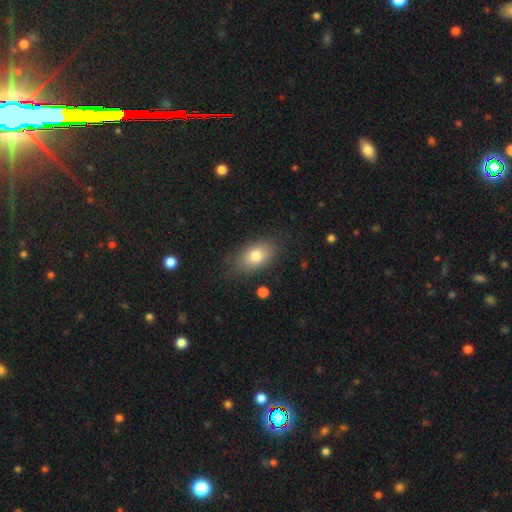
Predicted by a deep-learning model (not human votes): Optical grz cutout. It shows a smooth galaxy with no disk features (80%) that is in between round and cigar-shaped (88%). Merging: none (79%).